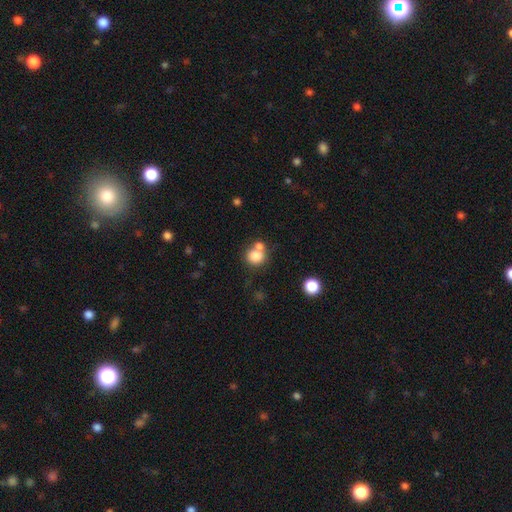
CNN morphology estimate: Overall: smooth (80%). How rounded: round (83%). Merging: none (50%; merger 37%).